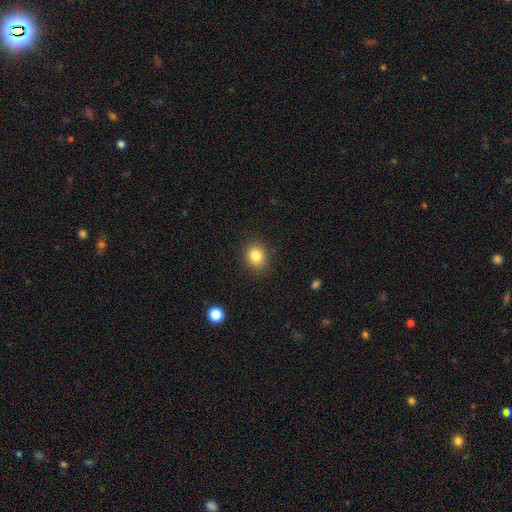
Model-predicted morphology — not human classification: Smooth or featured? Predicted: smooth (p=0.83). How rounded? Predicted: round (p=0.72). Merging? Predicted: none (p=0.89).